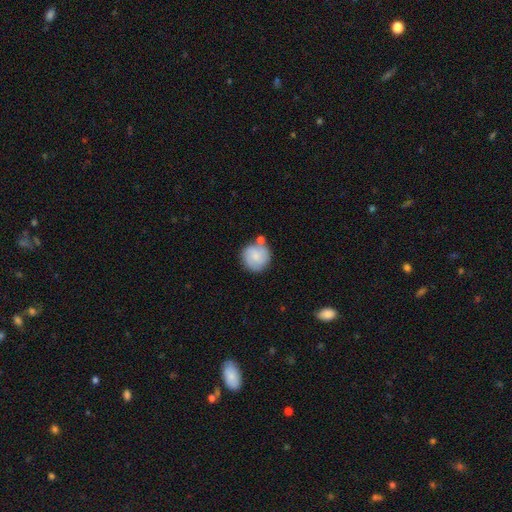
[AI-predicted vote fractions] Smooth or featured: smooth — 73% (featured or disk — 20%)
How rounded: round — 93% (in between — 6%)
Merging: none — 66% (merger — 15%)